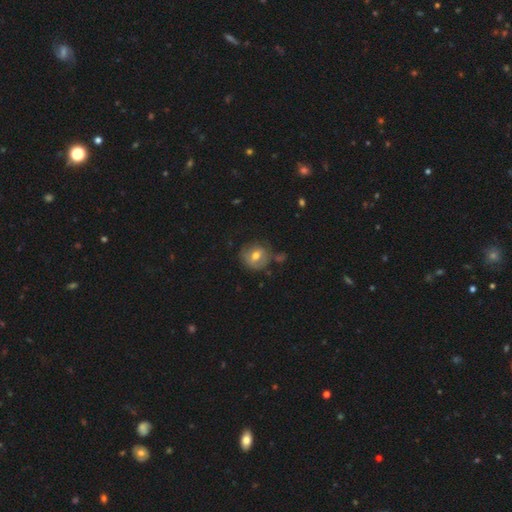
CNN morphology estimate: Smooth or featured: smooth — 61% (featured or disk — 30%)
How rounded: round — 82% (in between — 17%)
Merging: none — 69% (minor disturbance — 19%)